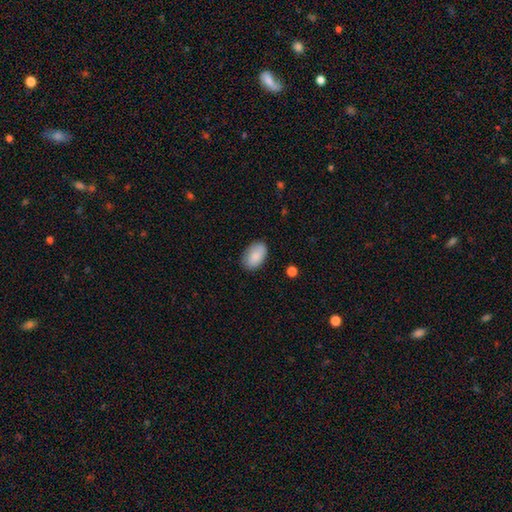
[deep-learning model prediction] Smooth or featured?
  - smooth: 88% *
  - star or artifact: 6%
  - featured or disk: 6%
How rounded?
  - in between: 92% *
  - round: 7%
  - cigar-shaped: 1%
Merging?
  - none: 81% *
  - minor disturbance: 15%
  - major disturbance: 3%
  - merger: 1%